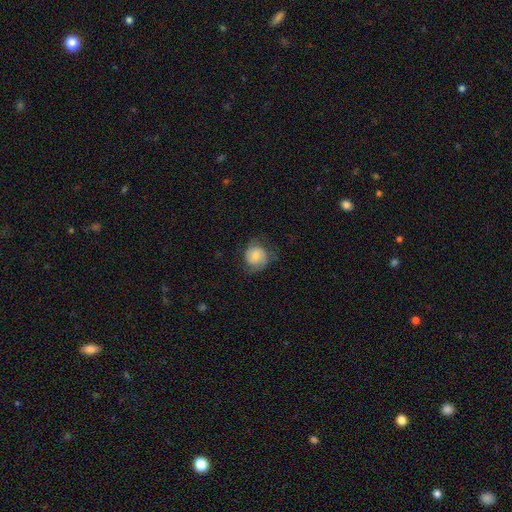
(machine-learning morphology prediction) smooth-or-featured: smooth: 62% | featured or disk: 31% | star or artifact: 8%
  how-rounded: round: 83% | in between: 16% | cigar-shaped: 1%
  merging: none: 65% | minor disturbance: 24% | major disturbance: 10% | merger: 1%